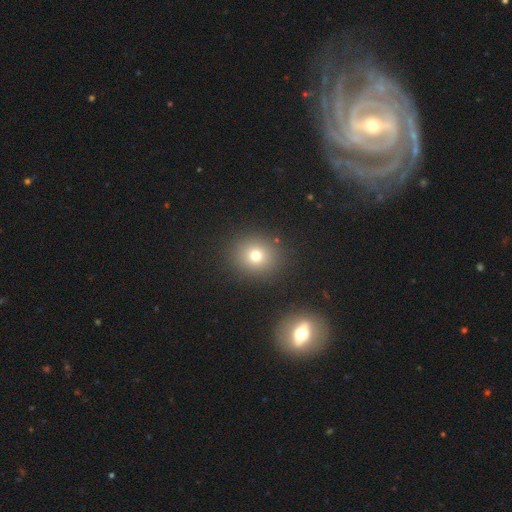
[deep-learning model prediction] Smooth or featured? smooth (73%)
How rounded? round (82%)
Merging? none (87%)